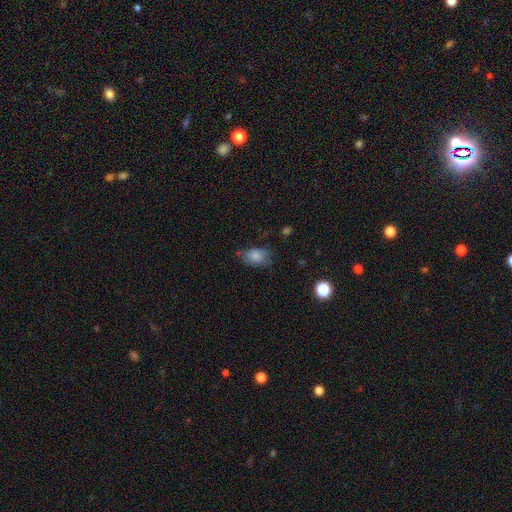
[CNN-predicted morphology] Smooth or featured?
  - smooth: 80% *
  - featured or disk: 11%
  - star or artifact: 9%
How rounded?
  - in between: 84% *
  - round: 15%
  - cigar-shaped: 2%
Merging?
  - none: 57% *
  - minor disturbance: 30%
  - major disturbance: 10%
  - merger: 2%